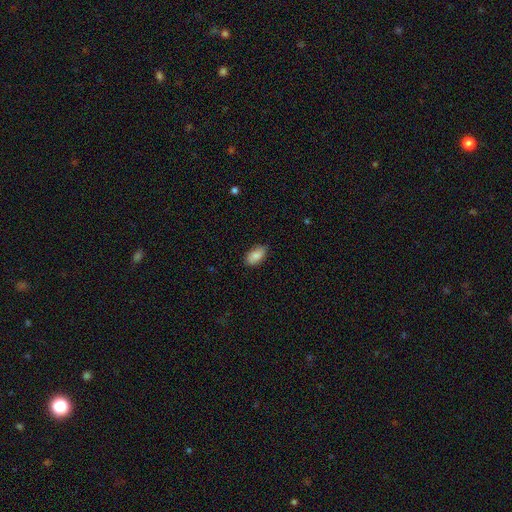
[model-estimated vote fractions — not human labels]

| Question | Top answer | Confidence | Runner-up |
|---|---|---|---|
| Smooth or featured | smooth | 83% | featured or disk (10%) |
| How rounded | in between | 94% | round (4%) |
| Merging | none | 82% | minor disturbance (15%) |